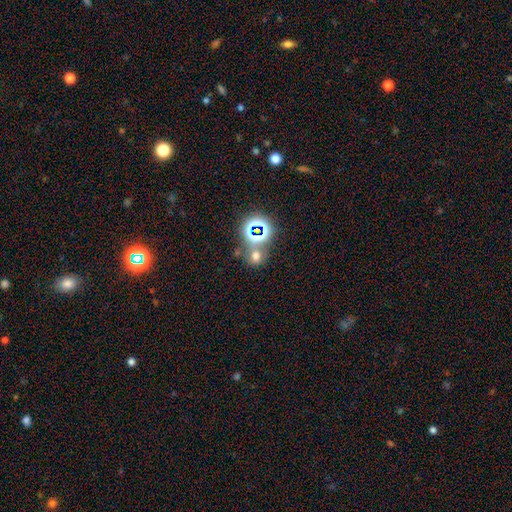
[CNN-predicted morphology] smooth 54%, star or artifact 36%, featured or disk 10%. Down the decision tree: how rounded — round (73%); merging — none (59%).